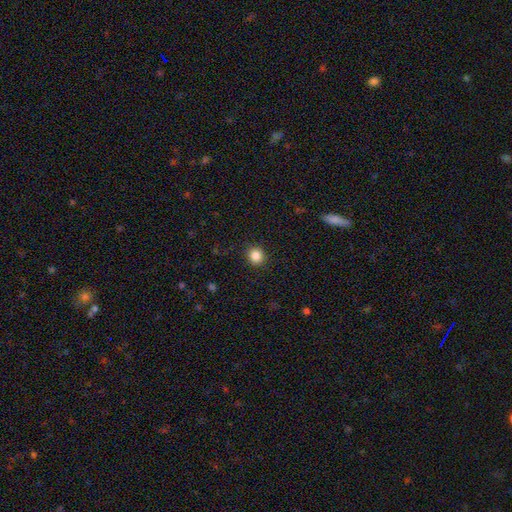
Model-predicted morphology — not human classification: Overall: smooth (86%). How rounded: round (87%). Merging: none (91%).